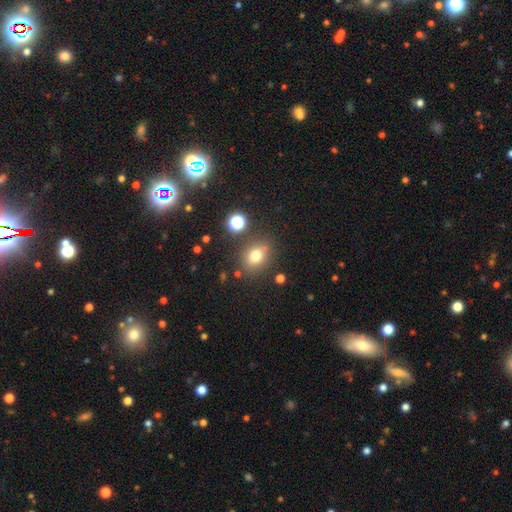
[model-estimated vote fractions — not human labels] The model was most divided on "how rounded" (2-way tie): round: 49%, in between: 49%, cigar-shaped: 2%. More confident: merging — none (76%); smooth or featured — smooth (74%).